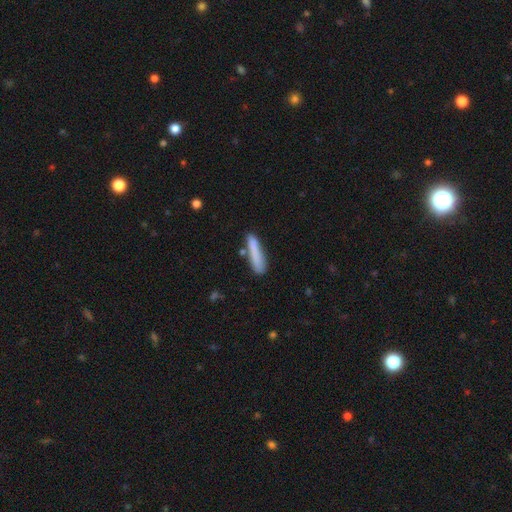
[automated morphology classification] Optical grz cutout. It shows a smooth galaxy with no disk features (81%) that is cigar-shaped (85%). Merging: none (68%).